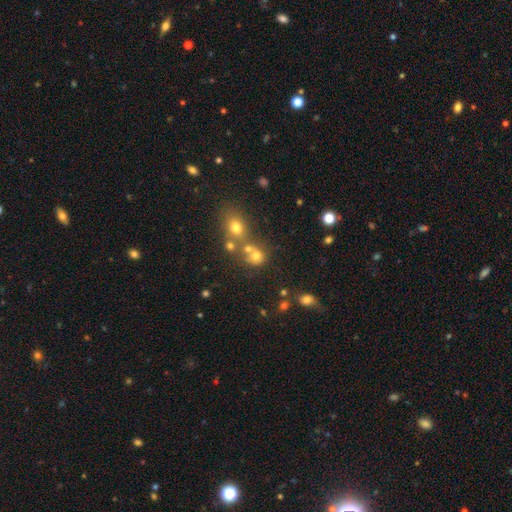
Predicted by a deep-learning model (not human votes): A smooth galaxy with no disk features (69%) that is round (75%).

Vote fractions:
- Smooth or featured? smooth: 69% / star or artifact: 19% / featured or disk: 12%
- How rounded? round: 75% / in between: 24% / cigar-shaped: 1%
- Merging? none: 46% / merger: 36% / minor disturbance: 11% / major disturbance: 6%